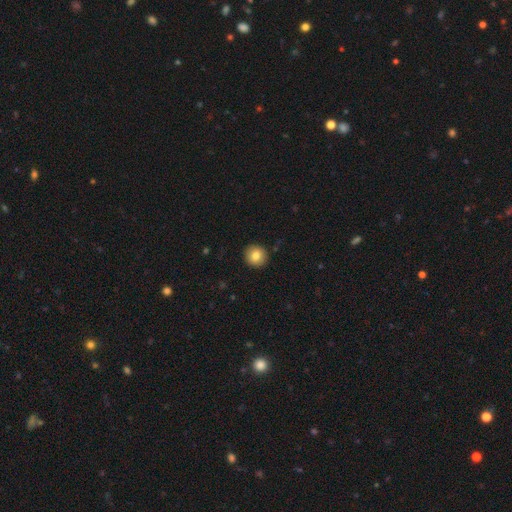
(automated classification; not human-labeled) Morphology: type=smooth (83%); roundness=round (93%); merging=none (92%).